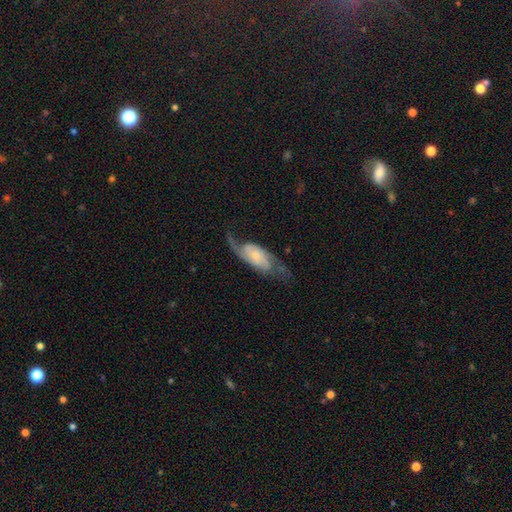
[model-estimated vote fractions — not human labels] smooth-or-featured: featured or disk: 78% | smooth: 16% | star or artifact: 6%
  disk-edge-on: no: 92% | yes: 8%
    bar: no: 61% | weak: 30% | strong: 9%
    has-spiral-arms: yes: 94% | no: 6%
      spiral-winding: loose: 47% | medium: 39% | tight: 15%
      spiral-arm-count: 2: 85% | can't tell: 6% | 1: 4% | 3: 2% | 4: 1% | more than 4: 1%
    bulge-size: small: 54% | moderate: 22% | none: 14% | large: 7% | dominant: 3%
  merging: none: 60% | minor disturbance: 20% | major disturbance: 18% | merger: 2%